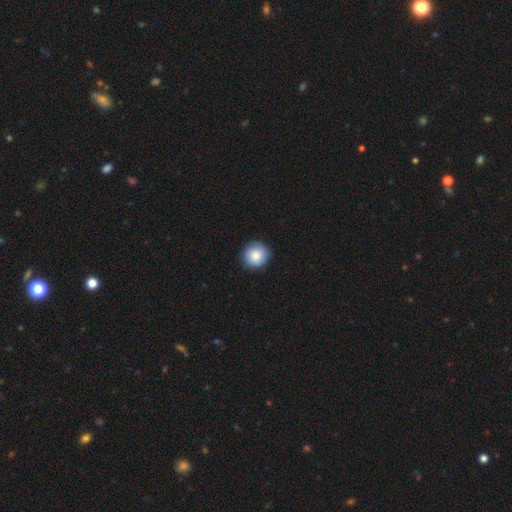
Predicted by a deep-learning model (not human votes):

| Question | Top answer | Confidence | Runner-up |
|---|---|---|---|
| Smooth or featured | smooth | 85% | featured or disk (8%) |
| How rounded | round | 92% | in between (7%) |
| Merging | none | 88% | minor disturbance (9%) |